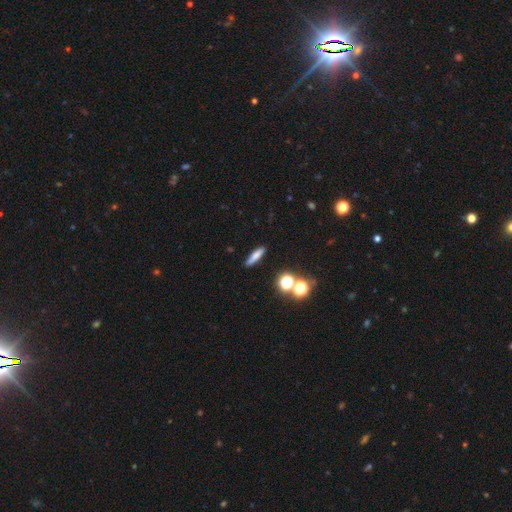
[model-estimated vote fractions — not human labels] Morphology: type=smooth (72%); roundness=cigar-shaped (76%); merging=none (87%).